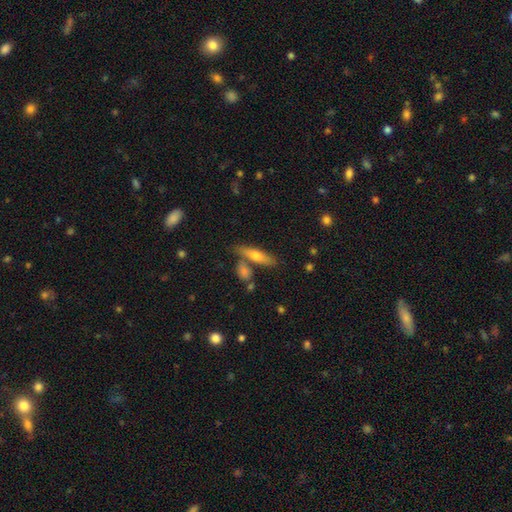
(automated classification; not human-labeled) Smooth or featured? Predicted: smooth (p=0.60). How rounded? Predicted: cigar-shaped (p=0.66). Merging? Predicted: none (p=0.68).